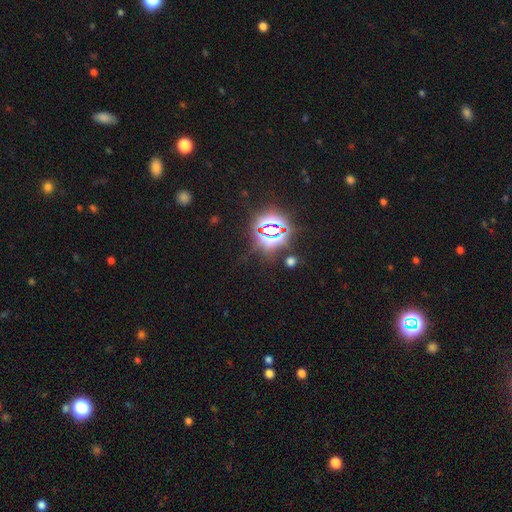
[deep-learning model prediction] This is clearly a star or artifact rather than a galaxy (81%).